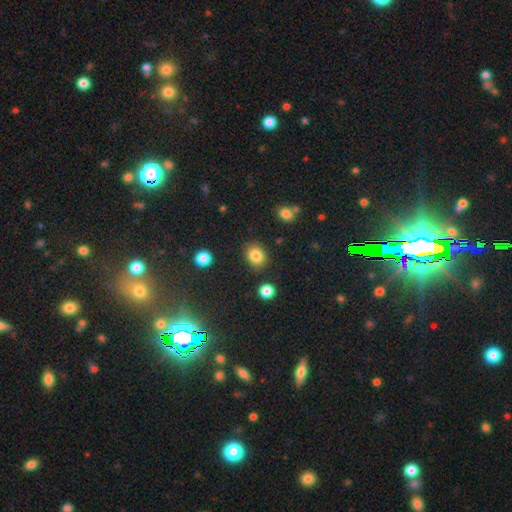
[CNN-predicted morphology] smooth_or_featured: smooth (p=0.84) [alt: star or artifact p=0.10]
how_rounded: round (p=0.55) [alt: in between p=0.44]
merging: none (p=0.84) [alt: minor disturbance p=0.10]